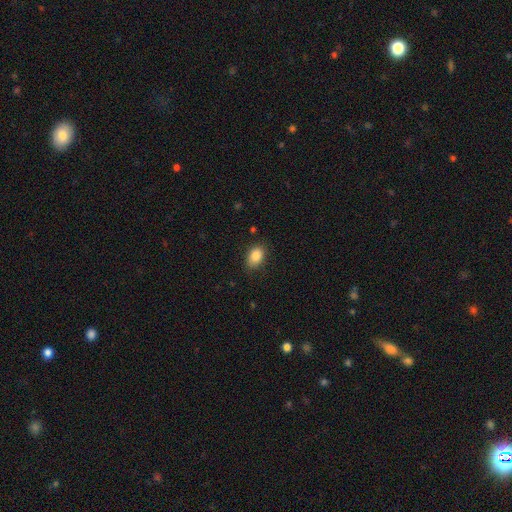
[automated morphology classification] smooth_or_featured: smooth (p=0.86) [alt: star or artifact p=0.08]
how_rounded: in between (p=0.85) [alt: round p=0.13]
merging: none (p=0.82) [alt: minor disturbance p=0.14]